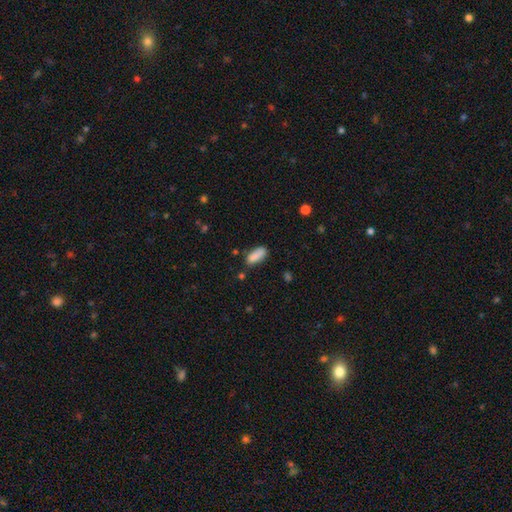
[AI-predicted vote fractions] Morphology: type=smooth (87%); roundness=in between (74%); merging=none (71%).